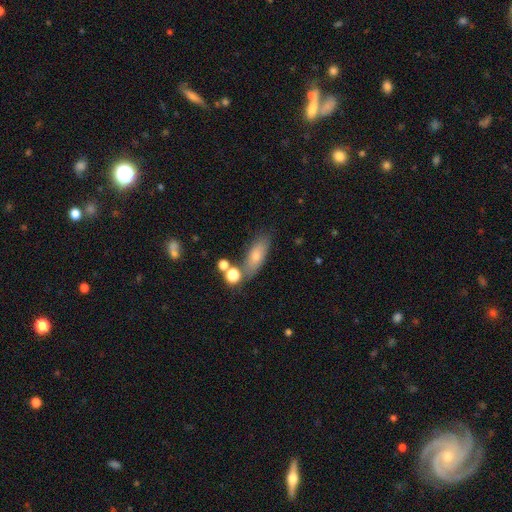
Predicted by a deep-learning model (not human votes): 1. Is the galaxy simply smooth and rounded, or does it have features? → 67% smooth, 22% featured or disk, 11% star or artifact.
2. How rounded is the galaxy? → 61% in between, 33% cigar-shaped, 6% round.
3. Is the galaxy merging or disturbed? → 69% none, 15% minor disturbance, 11% merger, 5% major disturbance.